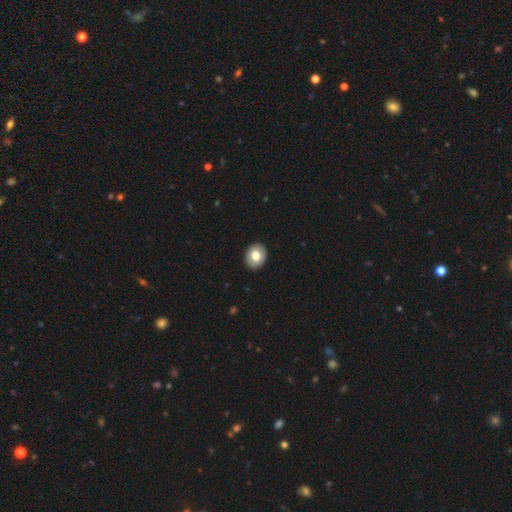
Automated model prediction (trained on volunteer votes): This appears to be a smooth galaxy with no disk features (72%) that is round (60%). Merging: none (91%).